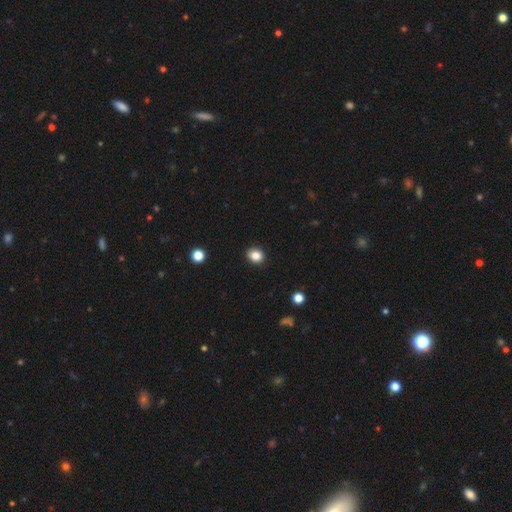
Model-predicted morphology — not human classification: Smooth or featured?
  - smooth: 85% *
  - star or artifact: 11%
  - featured or disk: 5%
How rounded?
  - round: 63% *
  - in between: 36%
  - cigar-shaped: 1%
Merging?
  - none: 90% *
  - minor disturbance: 7%
  - major disturbance: 2%
  - merger: 1%